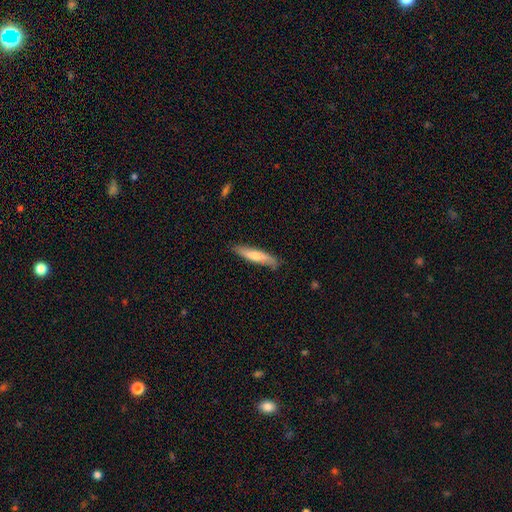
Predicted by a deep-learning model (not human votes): Smooth or featured?
  - smooth: 66% *
  - featured or disk: 28%
  - star or artifact: 5%
How rounded?
  - cigar-shaped: 87% *
  - in between: 12%
  - round: 1%
Merging?
  - none: 81% *
  - minor disturbance: 15%
  - major disturbance: 3%
  - merger: 1%